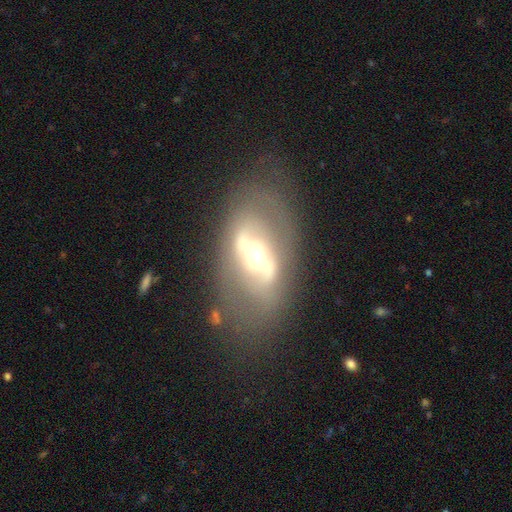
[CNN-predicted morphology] Q: Smooth or featured?
A: featured or disk (70%); runner-up: smooth (22%)
Q: Edge-on disk?
A: no (89%); runner-up: yes (11%)
Q: Bar?
A: strong (54%); runner-up: weak (27%)
Q: Spiral arms?
A: no (59%); runner-up: yes (41%)
Q: Bulge size?
A: moderate (58%); runner-up: small (24%)
Q: Merging?
A: none (66%); runner-up: minor disturbance (16%)